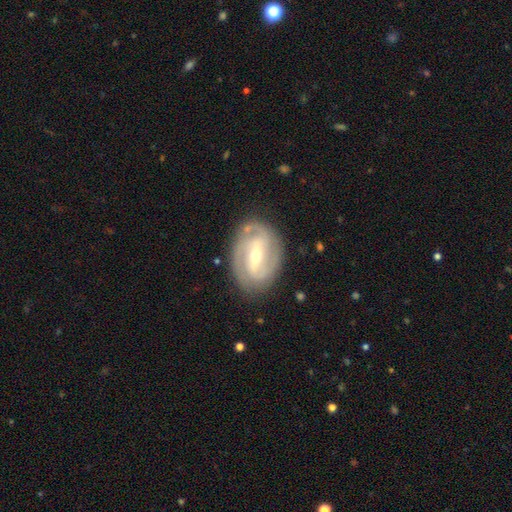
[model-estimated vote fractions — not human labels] Smooth or featured: featured or disk — 84% (smooth — 11%)
Edge-on disk: no — 95% (yes — 5%)
Bar: strong — 52% (weak — 36%)
Spiral arms: yes — 92% (no — 8%)
Spiral winding: tight — 49% (medium — 39%)
Spiral arm count: 2 — 63% (3 — 15%)
Bulge size: small — 50% (moderate — 47%)
Merging: none — 78% (minor disturbance — 16%)